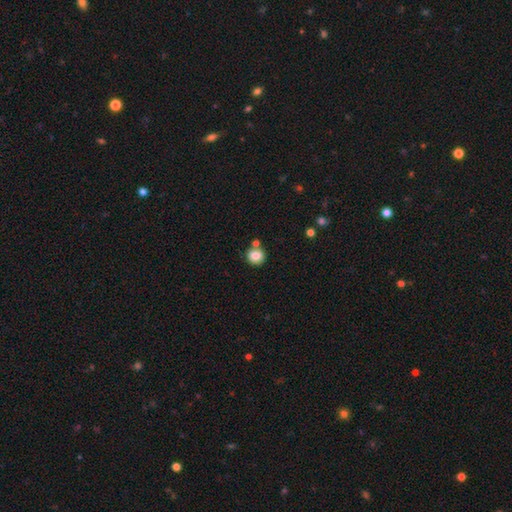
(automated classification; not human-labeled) smooth_or_featured: smooth (p=0.83) [alt: star or artifact p=0.10]
how_rounded: round (p=0.79) [alt: in between p=0.20]
merging: none (p=0.68) [alt: merger p=0.17]